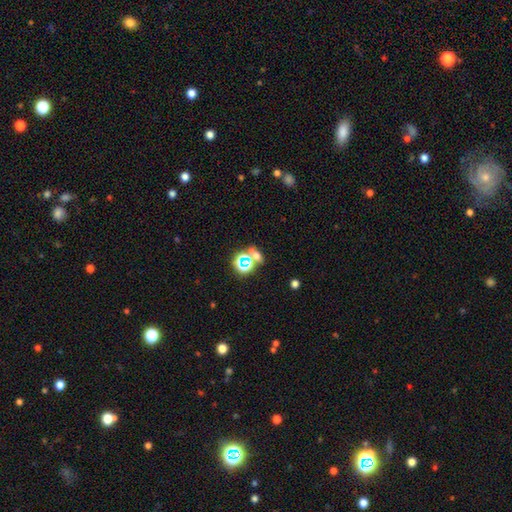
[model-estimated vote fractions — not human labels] Overall: star or artifact (46%; smooth 41%).